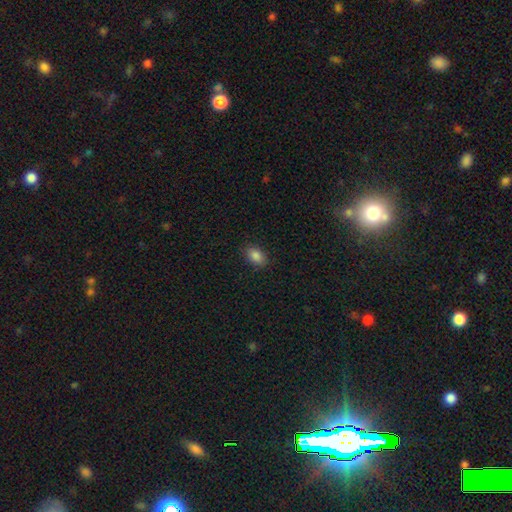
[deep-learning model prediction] Overall: smooth (86%). How rounded: in between (88%). Merging: none (87%).